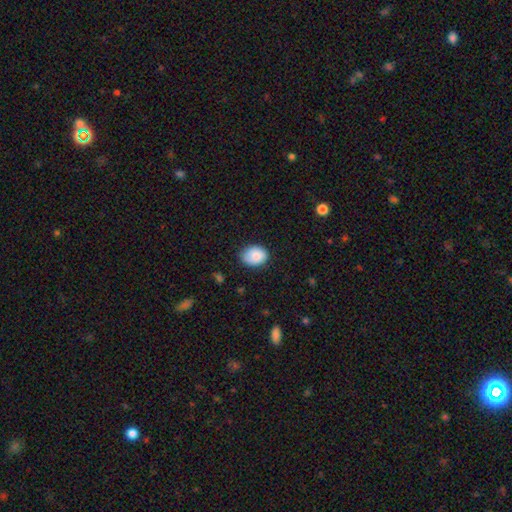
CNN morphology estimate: Overall: smooth (86%). How rounded: in between (66%; round 33%). Merging: none (71%).